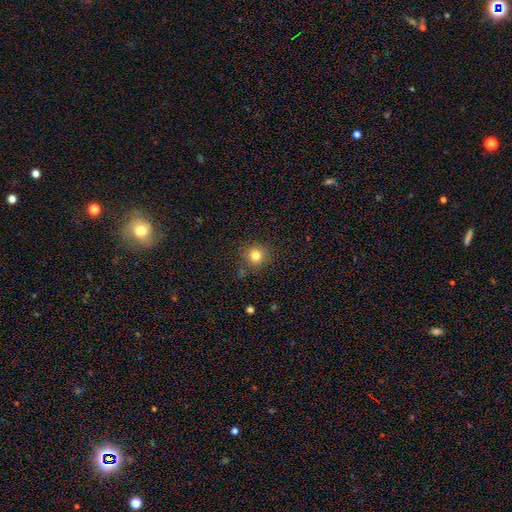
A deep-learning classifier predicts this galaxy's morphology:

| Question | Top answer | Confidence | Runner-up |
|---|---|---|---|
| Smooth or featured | smooth | 80% | star or artifact (13%) |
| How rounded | round | 91% | in between (8%) |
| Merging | none | 87% | minor disturbance (9%) |